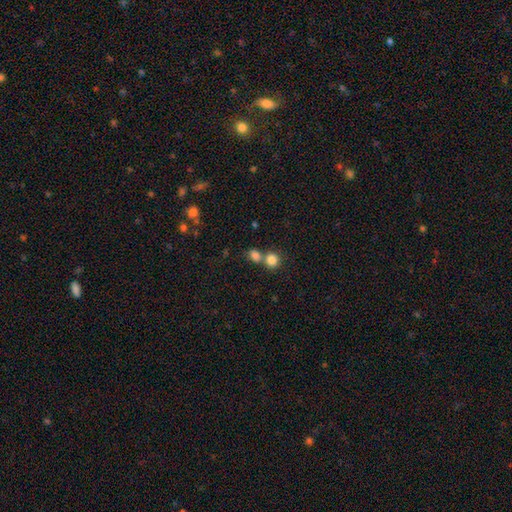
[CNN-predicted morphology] Overall: smooth (81%). How rounded: round (65%; in between 33%). Merging: merger (45%, tied with none).